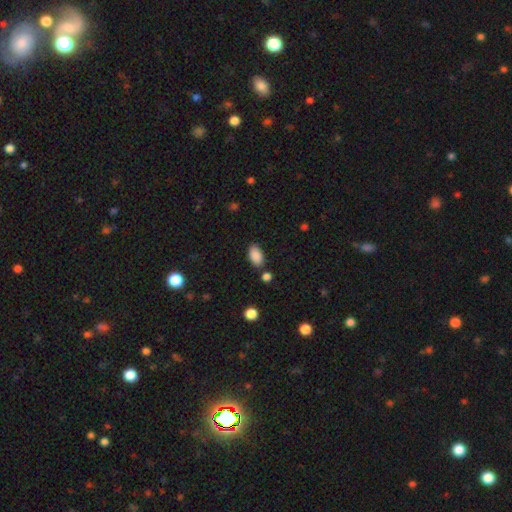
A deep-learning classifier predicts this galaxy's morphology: Smooth or featured: smooth — 88% (star or artifact — 8%)
How rounded: in between — 93% (round — 5%)
Merging: none — 79% (minor disturbance — 12%)